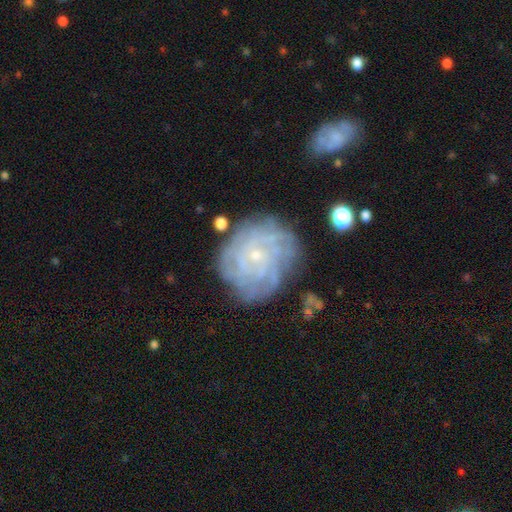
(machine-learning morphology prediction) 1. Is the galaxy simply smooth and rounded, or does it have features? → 79% featured or disk, 13% smooth, 8% star or artifact.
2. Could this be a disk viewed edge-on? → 97% no, 3% yes.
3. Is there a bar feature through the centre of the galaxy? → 80% no, 17% weak, 3% strong.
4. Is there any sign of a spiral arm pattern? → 90% yes, 10% no.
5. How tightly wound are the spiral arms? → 75% tight, 19% medium, 6% loose.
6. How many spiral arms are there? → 42% can't tell, 19% 4, 16% more than 4, 10% 3, 8% 2, 6% 1.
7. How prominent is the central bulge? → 86% small, 10% moderate, 3% none, 1% large, 1% dominant.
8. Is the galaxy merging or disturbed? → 71% none, 18% minor disturbance, 8% major disturbance, 3% merger.